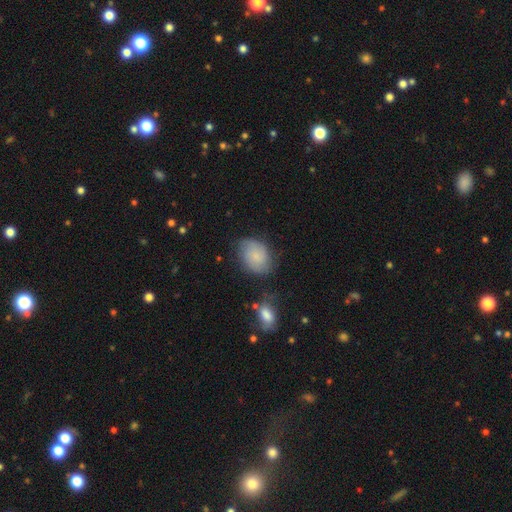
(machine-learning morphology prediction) Overall: smooth (68%). How rounded: in between (70%). Merging: none (67%).